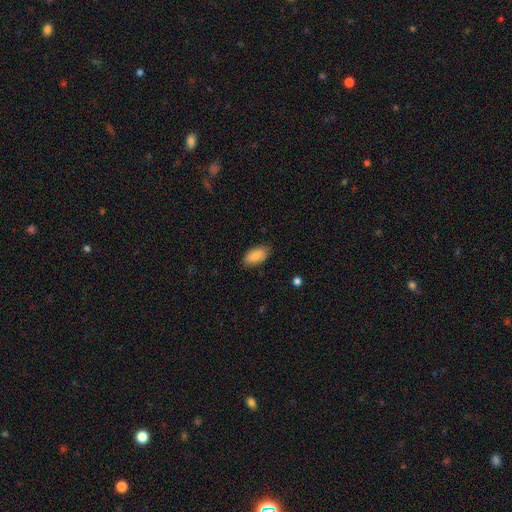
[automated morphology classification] The model was most divided on "merging": none: 81%, minor disturbance: 15%, major disturbance: 3%, merger: 1%. More confident: how rounded — in between (94%); smooth or featured — smooth (88%).